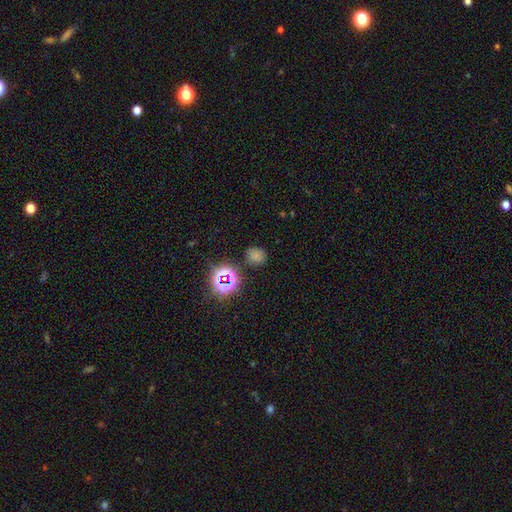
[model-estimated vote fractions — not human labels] smooth-or-featured: smooth: 65% | star or artifact: 29% | featured or disk: 6%
  how-rounded: round: 81% | in between: 18% | cigar-shaped: 1%
  merging: none: 79% | minor disturbance: 13% | major disturbance: 4% | merger: 4%